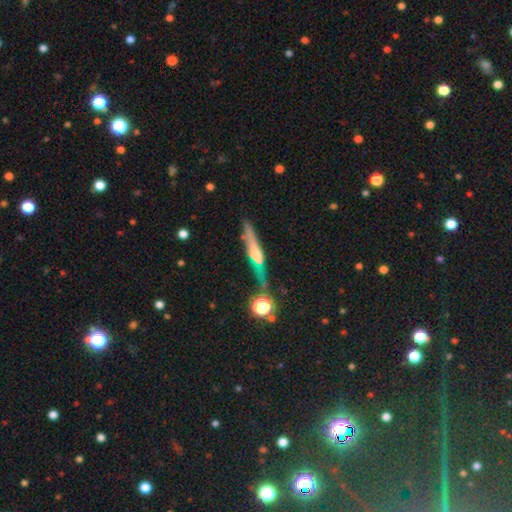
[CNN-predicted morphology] Q: Smooth or featured?
A: featured or disk (64%); runner-up: smooth (24%)
Q: Edge-on disk?
A: yes (92%); runner-up: no (8%)
Q: Edge-on bulge?
A: rounded (71%); runner-up: boxy (15%)
Q: Merging?
A: none (68%); runner-up: minor disturbance (17%)